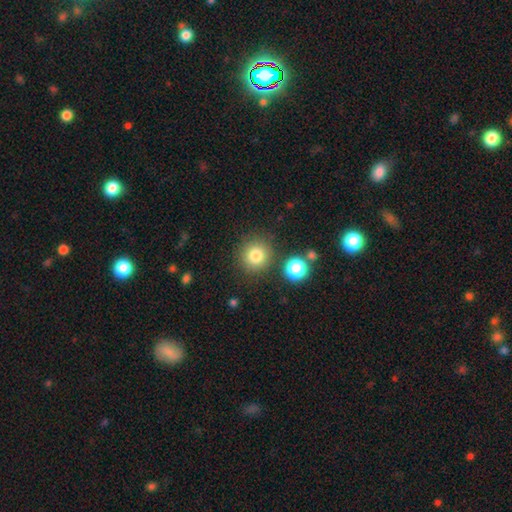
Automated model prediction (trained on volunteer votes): smooth 81%, star or artifact 12%, featured or disk 7%. Down the decision tree: how rounded — round (93%); merging — none (84%).